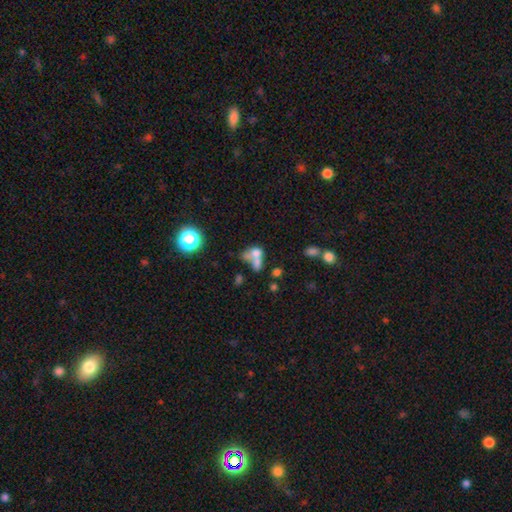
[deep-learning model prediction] This appears to be a smooth galaxy with no disk features (62%) that is in between round and cigar-shaped (61%). Merging: merger (62%).